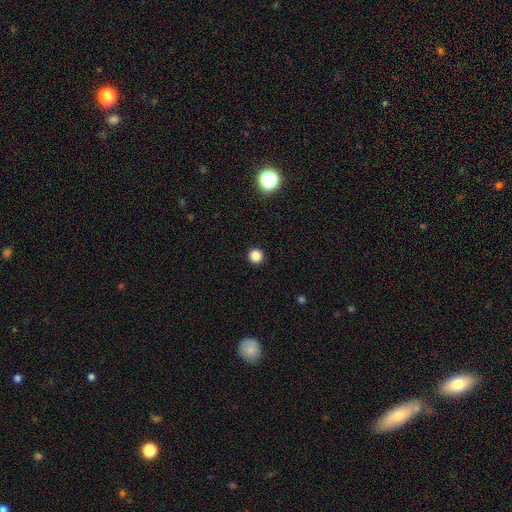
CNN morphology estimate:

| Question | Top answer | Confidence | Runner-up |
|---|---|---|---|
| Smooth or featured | smooth | 84% | star or artifact (13%) |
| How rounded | round | 96% | in between (3%) |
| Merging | none | 93% | minor disturbance (4%) |